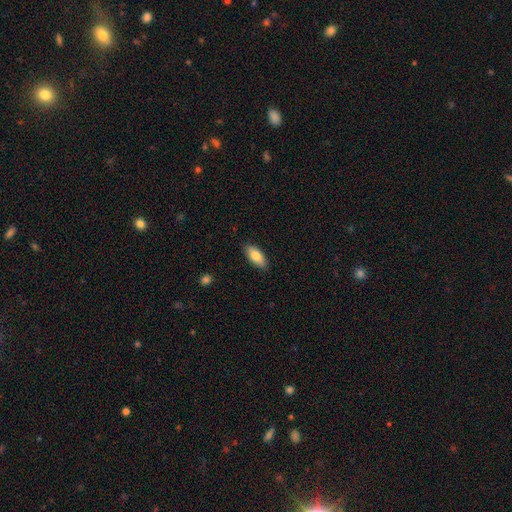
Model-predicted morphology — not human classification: Smooth or featured? smooth (82%)
How rounded? in between (87%)
Merging? none (86%)